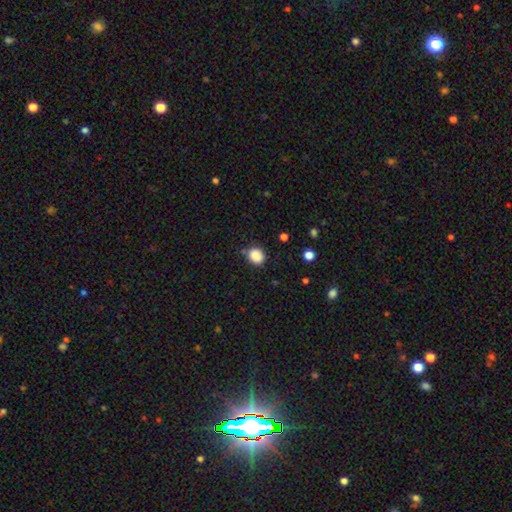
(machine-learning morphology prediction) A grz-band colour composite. It shows a smooth galaxy with no disk features (87%) that is round (57%). Merging: none (78%).